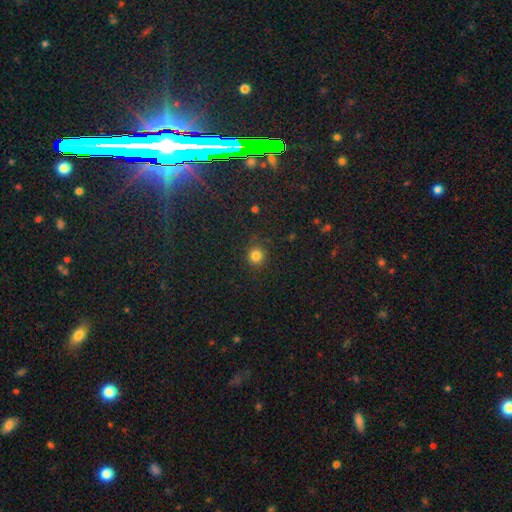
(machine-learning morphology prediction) Smooth or featured?
  - smooth: 81% *
  - star or artifact: 14%
  - featured or disk: 5%
How rounded?
  - round: 90% *
  - in between: 9%
  - cigar-shaped: 1%
Merging?
  - none: 86% *
  - minor disturbance: 9%
  - major disturbance: 3%
  - merger: 1%